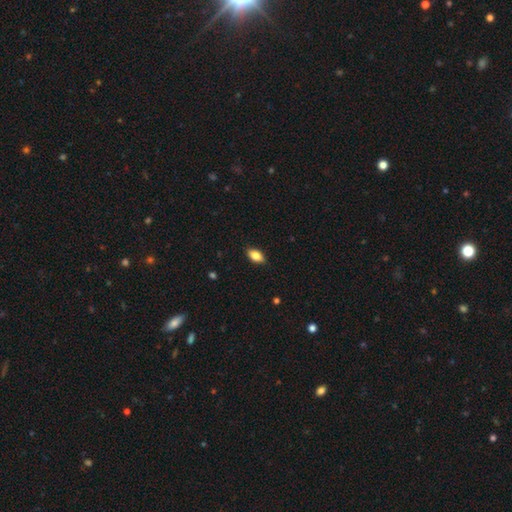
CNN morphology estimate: smooth 84%, featured or disk 9%, star or artifact 7%. Down the decision tree: how rounded — in between (90%); merging — none (88%).